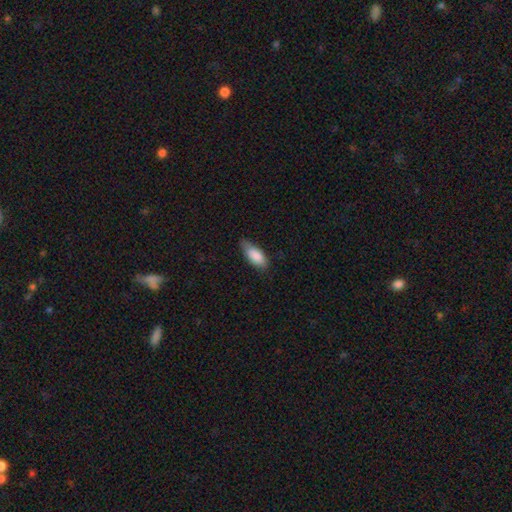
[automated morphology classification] type=smooth (86%); roundness=in between (83%); merging=none (62%).